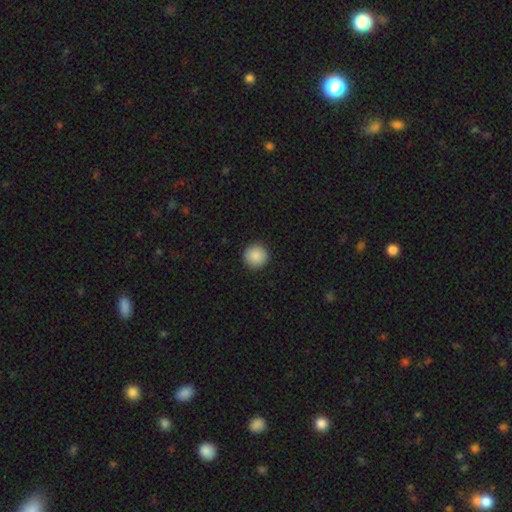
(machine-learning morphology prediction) This is clearly a smooth galaxy (89%). How rounded: clearly round (95%). Merging: clearly none (92%).